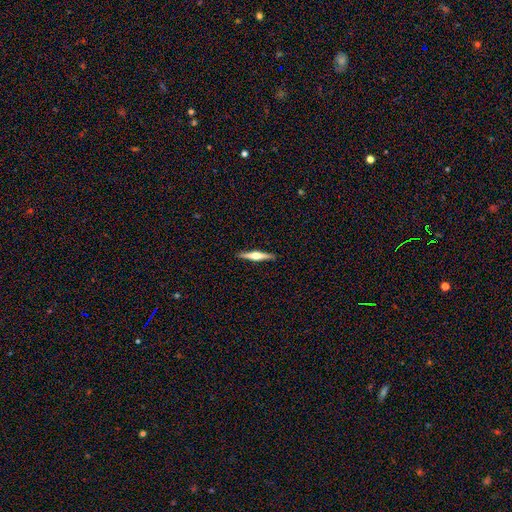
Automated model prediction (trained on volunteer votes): This is likely a featured or disk galaxy (67%). It is clearly viewed edge-on (98%). Edge-on bulge: clearly rounded (91%). Merging: clearly none (91%).